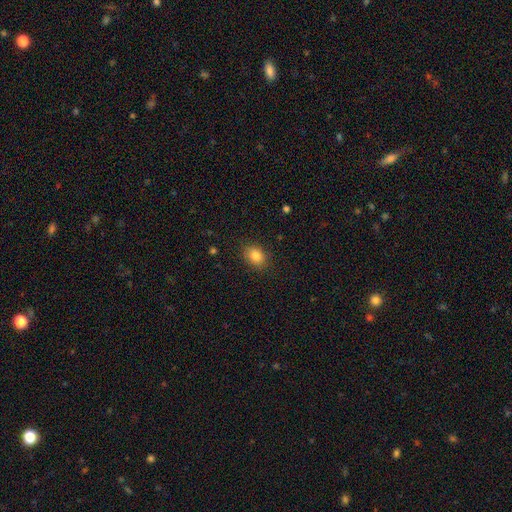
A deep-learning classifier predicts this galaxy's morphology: The model was most divided on "how rounded": in between: 62%, round: 37%, cigar-shaped: 1%. More confident: merging — none (87%); smooth or featured — smooth (84%).